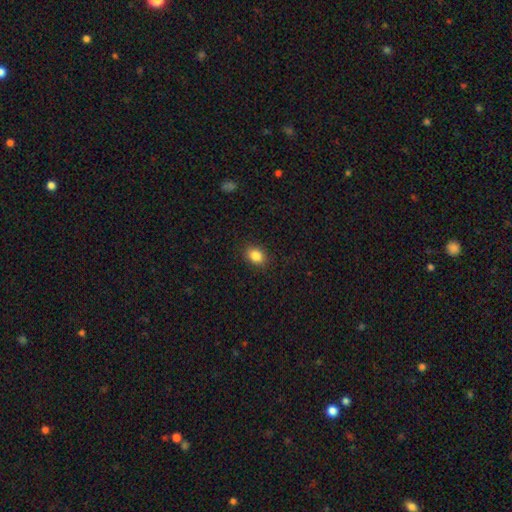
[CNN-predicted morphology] Smooth or featured? Predicted: smooth (p=0.85). How rounded? Predicted: in between (p=0.60). Merging? Predicted: none (p=0.89).